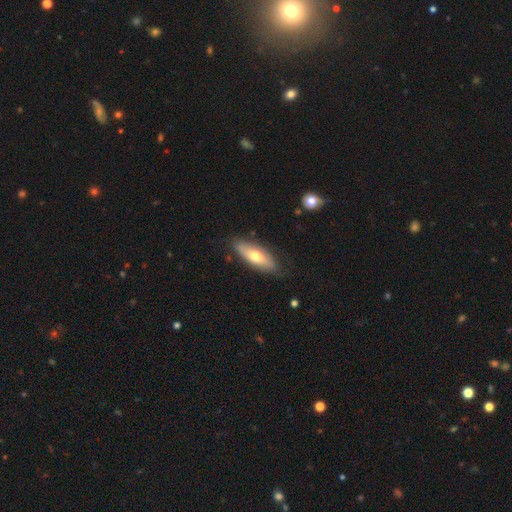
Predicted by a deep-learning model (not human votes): This appears to be a smooth galaxy with no disk features (61%) that is in between round and cigar-shaped (64%). Merging: none (81%).